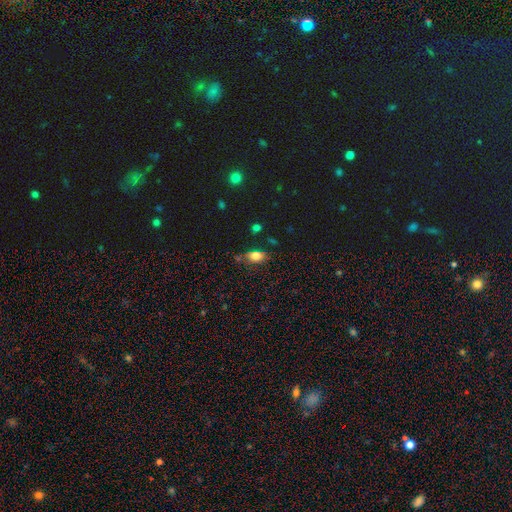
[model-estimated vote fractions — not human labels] A smooth galaxy with no disk features (79%) that is in between round and cigar-shaped (85%). Merging: none (70%).